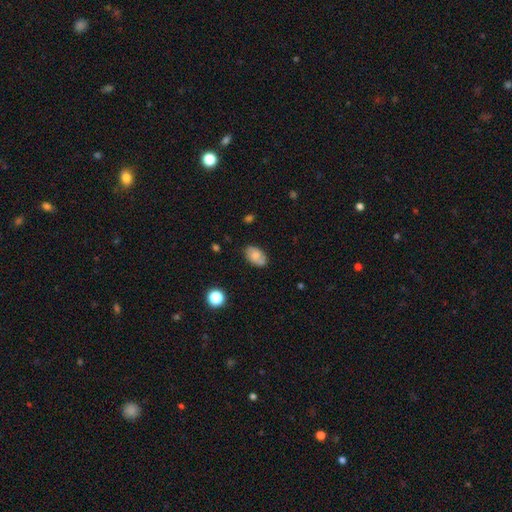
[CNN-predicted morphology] type=smooth (66%); roundness=in between (88%); merging=none (74%).